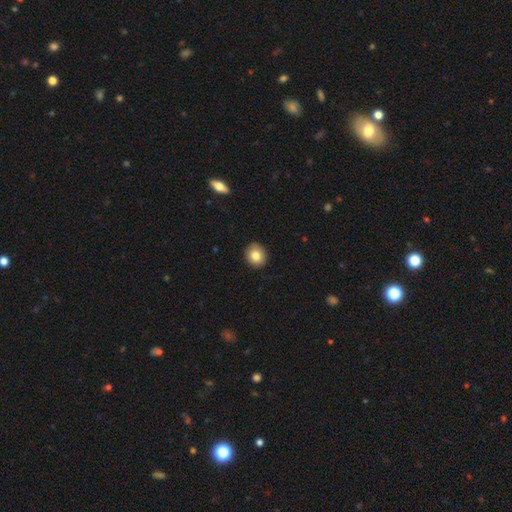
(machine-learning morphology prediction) Smooth or featured: smooth — 80% (featured or disk — 10%)
How rounded: round — 79% (in between — 20%)
Merging: none — 88% (minor disturbance — 9%)